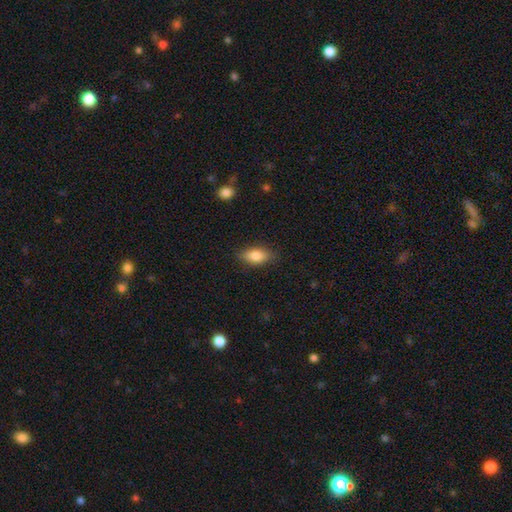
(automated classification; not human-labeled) This appears to be a smooth galaxy with no disk features (82%) that is in between round and cigar-shaped (87%). Merging: none (84%).